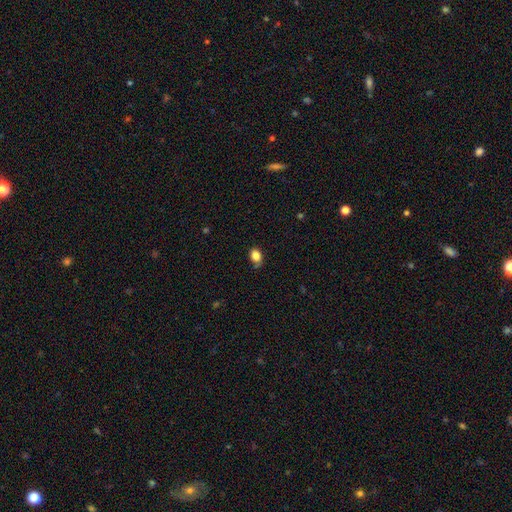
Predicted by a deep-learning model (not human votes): smooth 83%, star or artifact 10%, featured or disk 6%. Down the decision tree: how rounded — in between (65%); merging — none (68%).